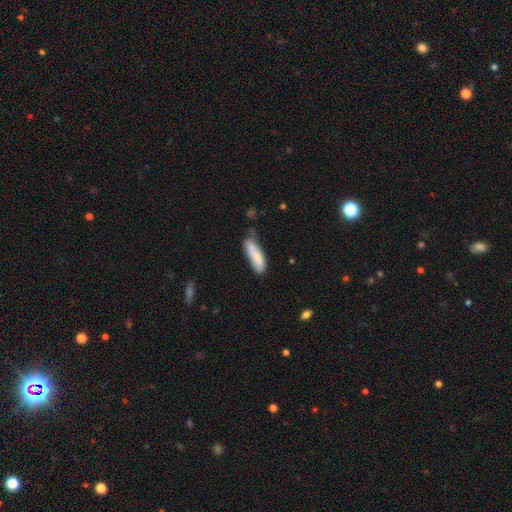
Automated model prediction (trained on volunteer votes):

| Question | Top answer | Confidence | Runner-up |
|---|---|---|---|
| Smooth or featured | smooth | 78% | featured or disk (16%) |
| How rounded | cigar-shaped | 54% | in between (44%) |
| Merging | none | 54% | minor disturbance (32%) |